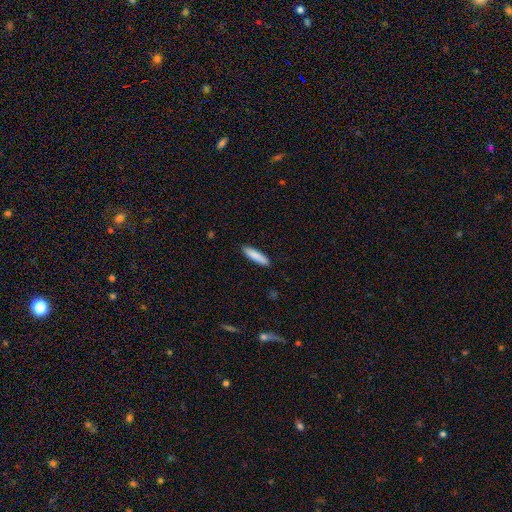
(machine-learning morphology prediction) Smooth or featured? Predicted: smooth (p=0.87). How rounded? Predicted: cigar-shaped (p=0.79). Merging? Predicted: none (p=0.90).